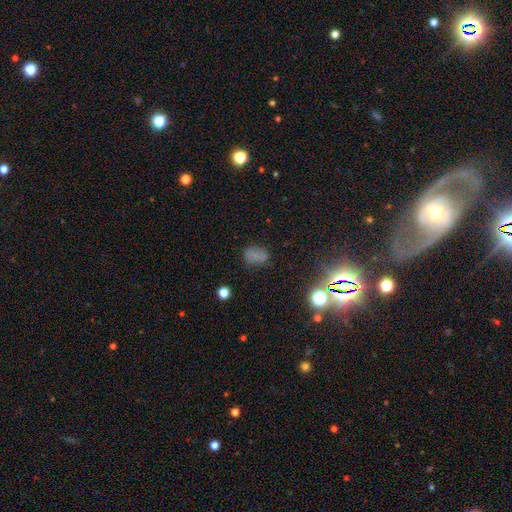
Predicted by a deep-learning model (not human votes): smooth-or-featured: smooth: 57% | star or artifact: 28% | featured or disk: 14%
  how-rounded: in between: 71% | round: 27% | cigar-shaped: 2%
  merging: none: 62% | minor disturbance: 22% | major disturbance: 11% | merger: 5%